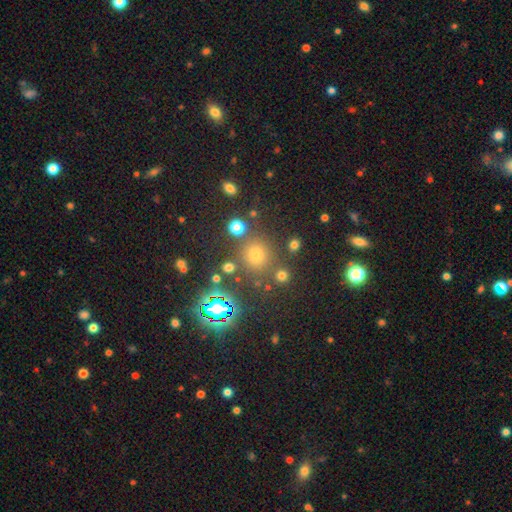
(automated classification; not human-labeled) This appears to be a smooth galaxy with no disk features (57%) that is round (89%). Merging: none (82%).